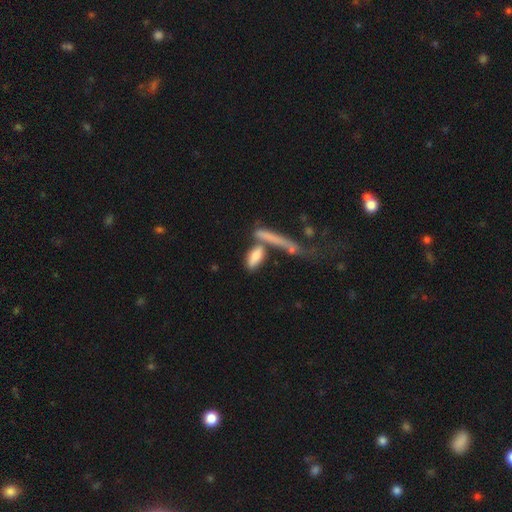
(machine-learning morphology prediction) A smooth galaxy with no disk features (76%) that is in between round and cigar-shaped (59%). Merging: none (48%).